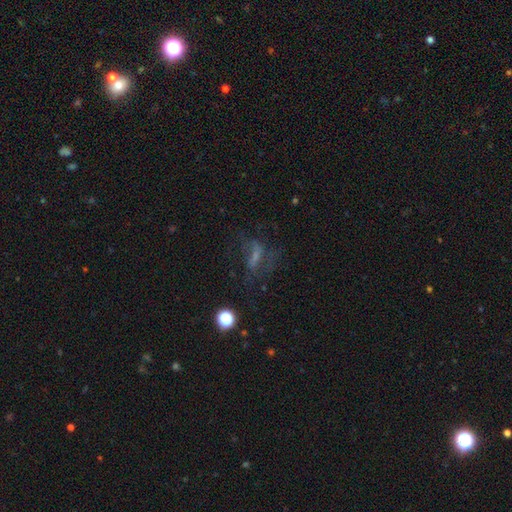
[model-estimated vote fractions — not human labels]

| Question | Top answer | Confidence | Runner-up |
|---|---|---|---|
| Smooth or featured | featured or disk | 43% | smooth (31%) |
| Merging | none | 48% | major disturbance (30%) |